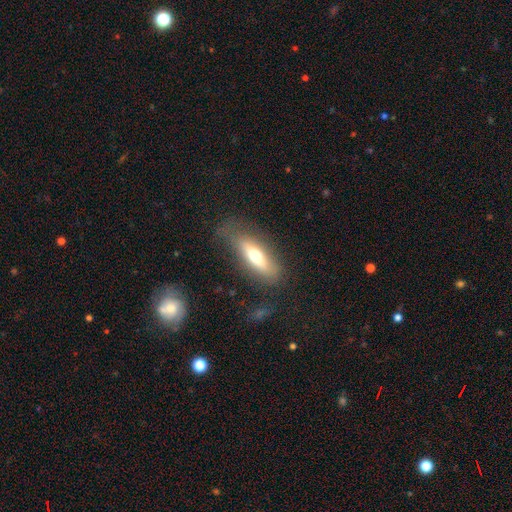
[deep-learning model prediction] A smooth galaxy with no disk features (59%) that is in between round and cigar-shaped (50%). Merging: none (69%).